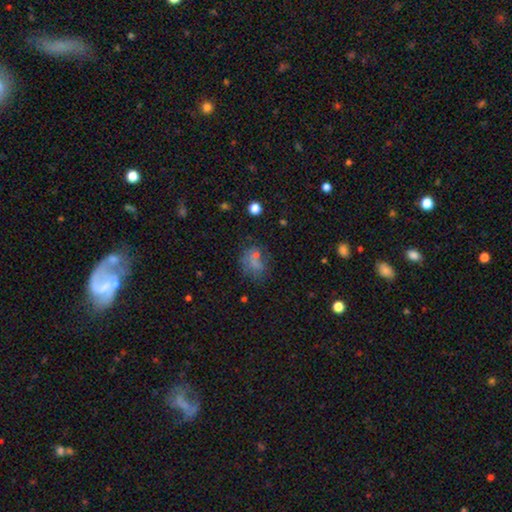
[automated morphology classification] This appears to be a smooth galaxy with no disk features (54%) that is round (50%). Merging: none (49%).